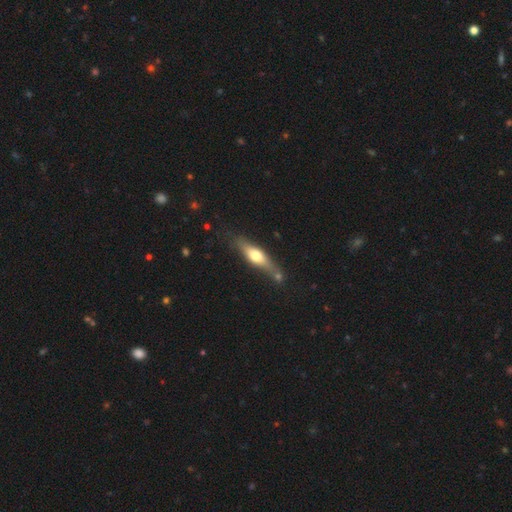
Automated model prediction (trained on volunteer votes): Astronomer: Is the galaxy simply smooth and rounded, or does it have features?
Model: featured or disk — 50% (runner-up: smooth, 44%).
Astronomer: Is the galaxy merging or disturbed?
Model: none — 65%.